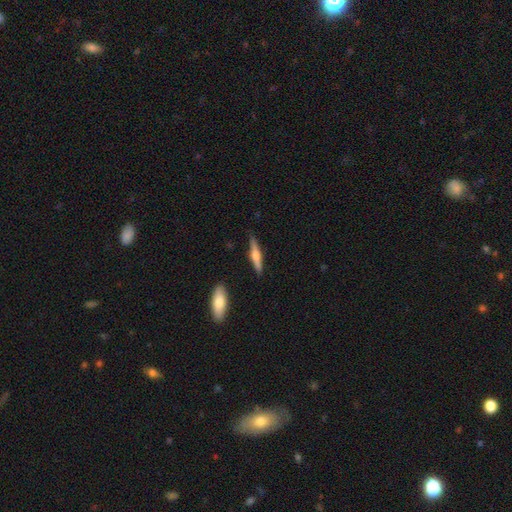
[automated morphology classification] A featured or disk galaxy (58%) viewed edge-on (97%) with a rounded central bulge (89%). Merging: none (87%).